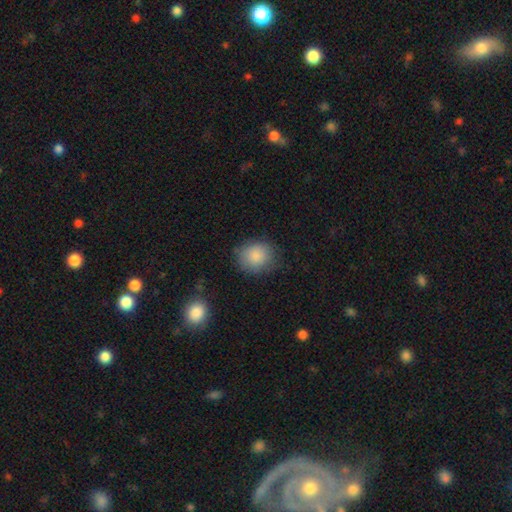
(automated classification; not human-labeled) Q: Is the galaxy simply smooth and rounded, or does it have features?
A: smooth — 87%.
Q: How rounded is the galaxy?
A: round — 75%.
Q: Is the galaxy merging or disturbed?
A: none — 79%.